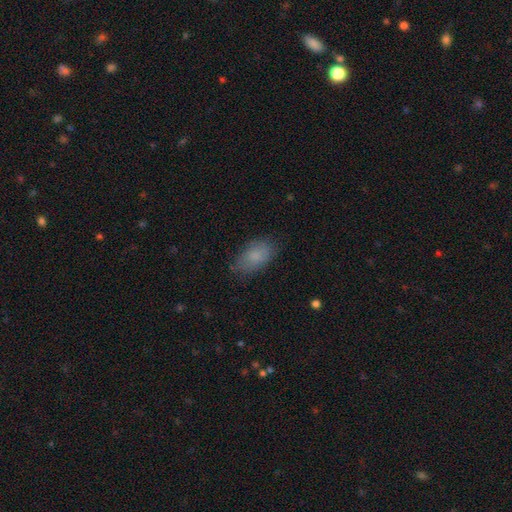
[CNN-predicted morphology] Smooth or featured: smooth — 82% (featured or disk — 11%)
How rounded: in between — 91% (round — 5%)
Merging: none — 75% (minor disturbance — 19%)